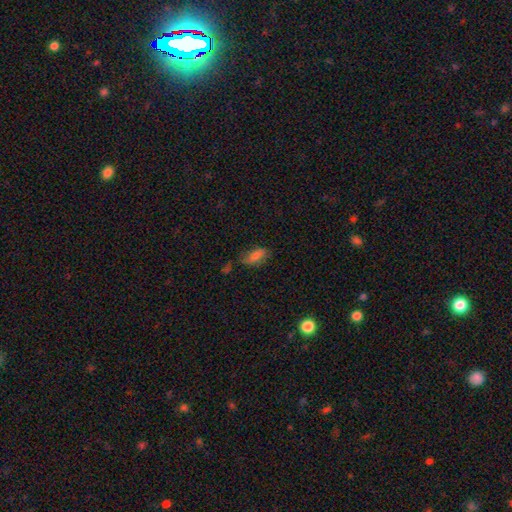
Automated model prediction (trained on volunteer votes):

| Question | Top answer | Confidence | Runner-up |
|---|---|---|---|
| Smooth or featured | smooth | 76% | featured or disk (14%) |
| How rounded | in between | 85% | cigar-shaped (12%) |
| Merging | none | 58% | minor disturbance (27%) |